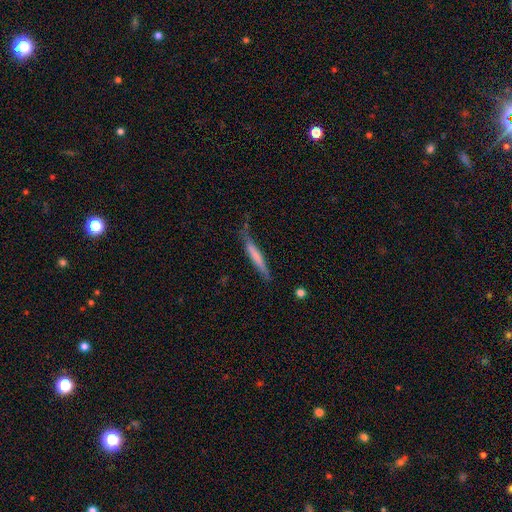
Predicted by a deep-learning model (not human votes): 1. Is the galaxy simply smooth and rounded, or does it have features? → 61% smooth, 33% featured or disk, 6% star or artifact.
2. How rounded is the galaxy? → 95% cigar-shaped, 4% in between, 1% round.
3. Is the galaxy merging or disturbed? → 68% none, 23% minor disturbance, 6% major disturbance, 3% merger.